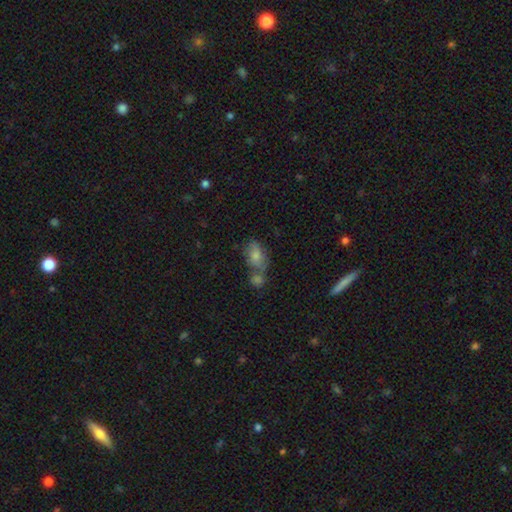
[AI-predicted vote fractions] Smooth or featured? smooth (67%)
How rounded? in between (82%)
Merging? none (46%)